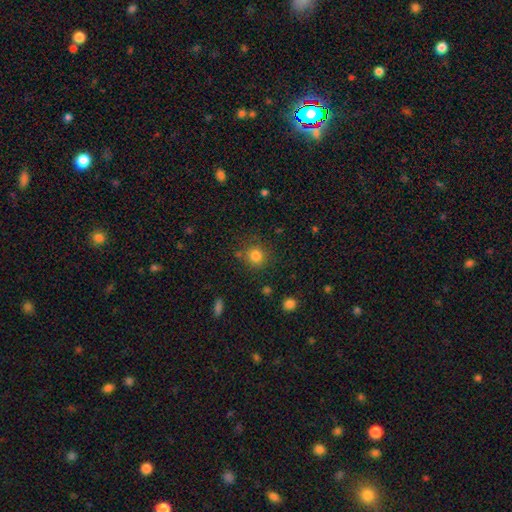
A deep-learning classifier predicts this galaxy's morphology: type=smooth (81%); roundness=round (90%); merging=none (80%).